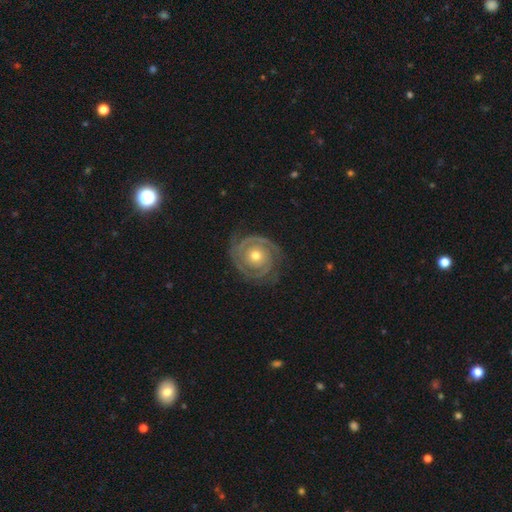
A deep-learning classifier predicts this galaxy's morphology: Smooth or featured: featured or disk — 90% (smooth — 6%)
Edge-on disk: no — 97% (yes — 3%)
Bar: no — 82% (weak — 13%)
Spiral arms: yes — 97% (no — 3%)
Spiral winding: tight — 80% (medium — 17%)
Spiral arm count: 2 — 69% (3 — 13%)
Bulge size: moderate — 67% (small — 28%)
Merging: none — 81% (minor disturbance — 13%)